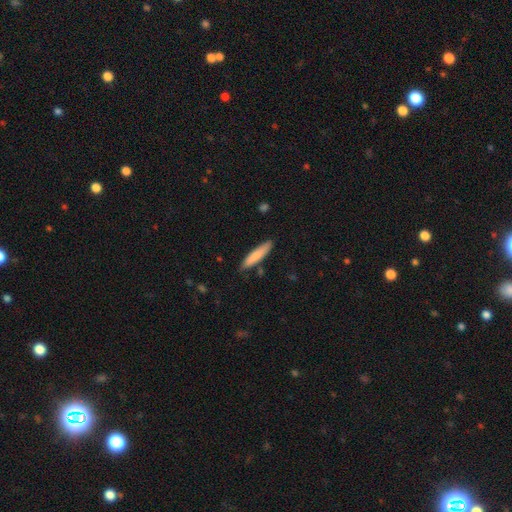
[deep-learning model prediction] Overall: smooth (81%). How rounded: cigar-shaped (85%). Merging: none (83%).